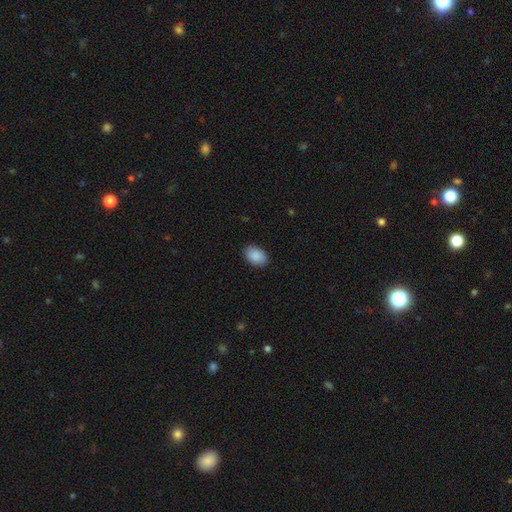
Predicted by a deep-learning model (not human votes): smooth 90%, star or artifact 7%, featured or disk 3%. Down the decision tree: how rounded — in between (88%); merging — none (89%).